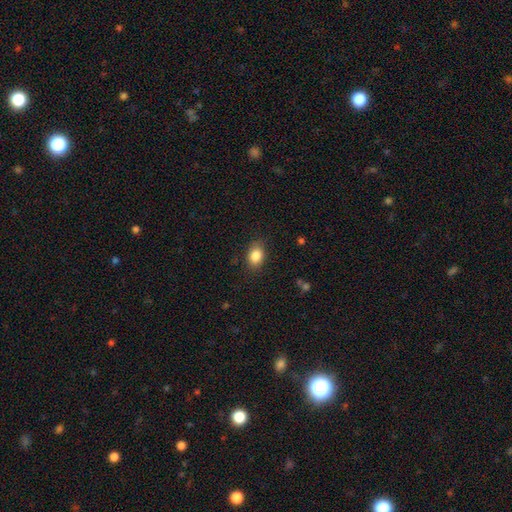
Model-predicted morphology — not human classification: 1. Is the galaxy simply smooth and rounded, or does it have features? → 86% smooth, 8% star or artifact, 6% featured or disk.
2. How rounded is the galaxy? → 78% in between, 21% round, 1% cigar-shaped.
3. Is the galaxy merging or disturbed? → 84% none, 12% minor disturbance, 3% major disturbance, 1% merger.